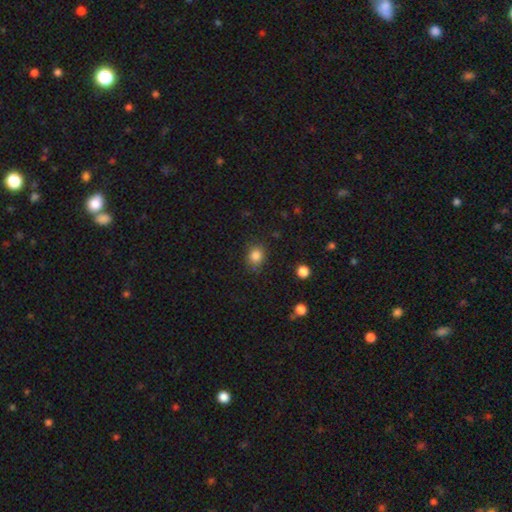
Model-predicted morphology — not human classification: Smooth or featured? smooth (84%)
How rounded? round (70%)
Merging? none (82%)